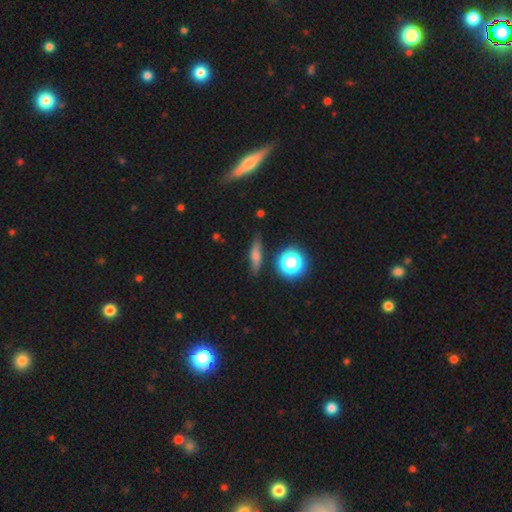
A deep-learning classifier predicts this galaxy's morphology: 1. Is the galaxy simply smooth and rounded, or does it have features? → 52% smooth, 32% featured or disk, 16% star or artifact.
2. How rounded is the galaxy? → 64% cigar-shaped, 21% in between, 15% round.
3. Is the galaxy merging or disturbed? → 83% none, 12% minor disturbance, 3% major disturbance, 2% merger.